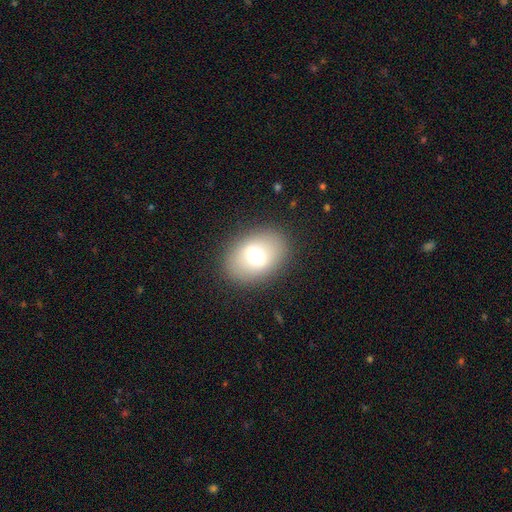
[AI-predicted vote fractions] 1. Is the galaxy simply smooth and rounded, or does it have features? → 61% smooth, 28% featured or disk, 11% star or artifact.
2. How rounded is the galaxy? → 71% in between, 28% round, 1% cigar-shaped.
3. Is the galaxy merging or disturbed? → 85% none, 9% minor disturbance, 5% major disturbance, 1% merger.